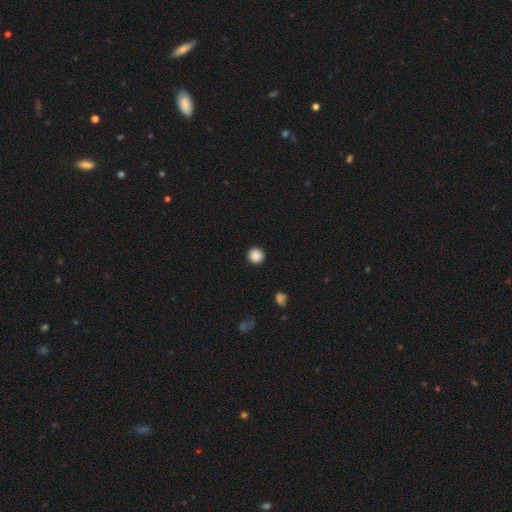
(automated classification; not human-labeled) A smooth galaxy with no disk features (88%) that is round (94%).

Vote fractions:
- Smooth or featured? smooth: 88% / star or artifact: 9% / featured or disk: 2%
- How rounded? round: 94% / in between: 5% / cigar-shaped: 1%
- Merging? none: 93% / minor disturbance: 4% / major disturbance: 2% / merger: 1%